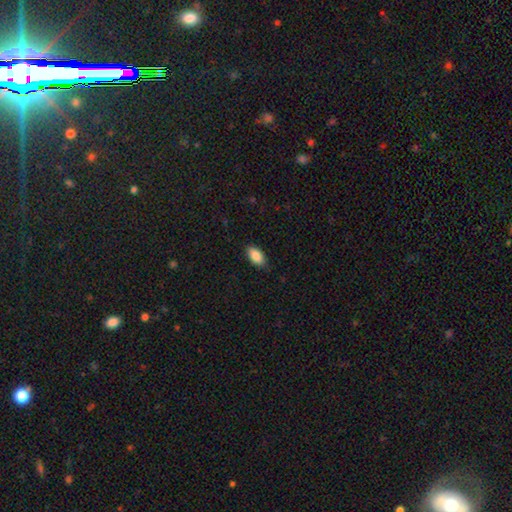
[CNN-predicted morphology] This appears to be a smooth galaxy with no disk features (88%) that is in between round and cigar-shaped (93%). Merging: none (85%).